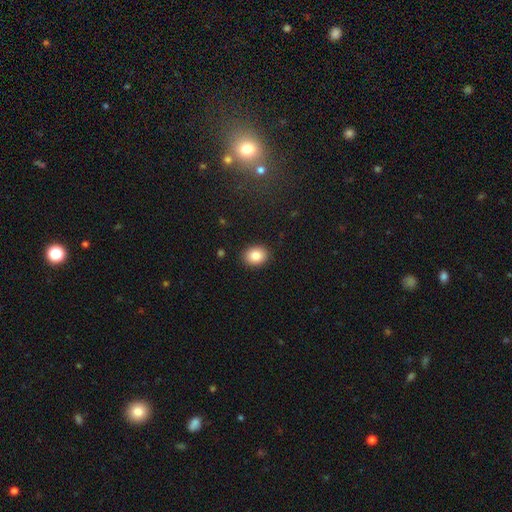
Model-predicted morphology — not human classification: Q: Smooth or featured?
A: smooth (84%); runner-up: star or artifact (9%)
Q: How rounded?
A: round (51%); runner-up: in between (48%)
Q: Merging?
A: none (90%); runner-up: minor disturbance (7%)